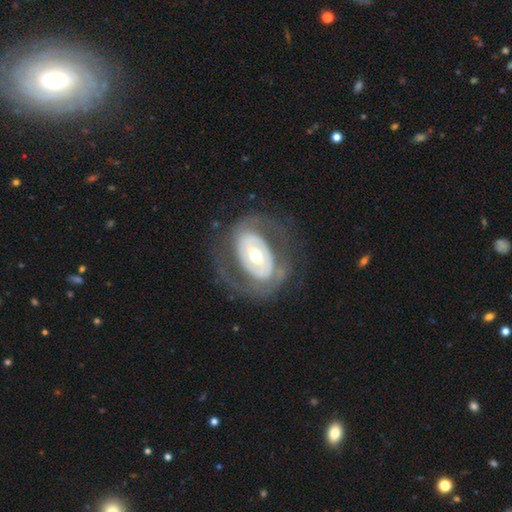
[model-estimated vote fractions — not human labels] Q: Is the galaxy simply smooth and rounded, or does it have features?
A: featured or disk — 77%.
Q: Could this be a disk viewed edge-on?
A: no — 94%.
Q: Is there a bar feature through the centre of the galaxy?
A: no — 42%.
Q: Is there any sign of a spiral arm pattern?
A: yes — 61%.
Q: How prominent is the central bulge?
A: moderate — 61%.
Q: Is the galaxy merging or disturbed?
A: none — 66%.